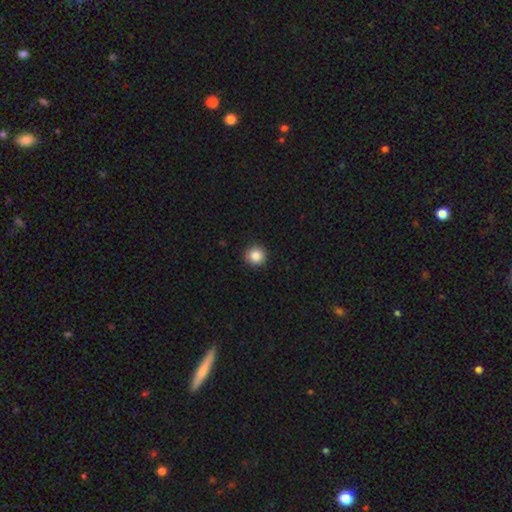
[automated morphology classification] smooth 86%, star or artifact 10%, featured or disk 4%. Down the decision tree: how rounded — round (95%); merging — none (92%).